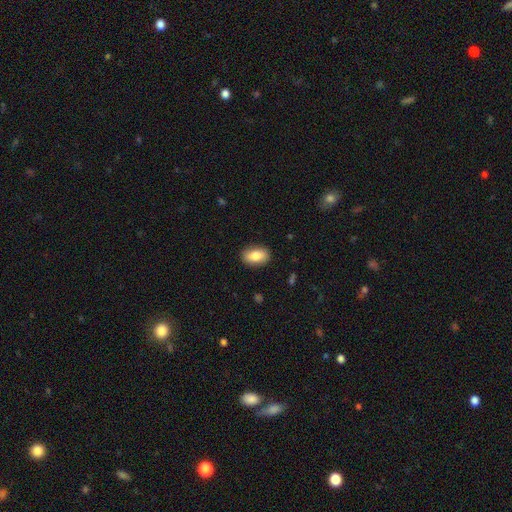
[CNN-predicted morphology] Overall: smooth (80%). How rounded: in between (86%). Merging: none (87%).